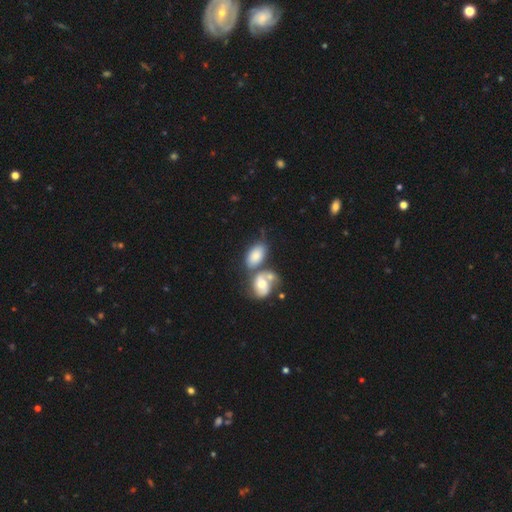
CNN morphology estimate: Q: Smooth or featured?
A: smooth (68%); runner-up: featured or disk (25%)
Q: How rounded?
A: in between (90%); runner-up: round (8%)
Q: Merging?
A: merger (49%); runner-up: none (30%)